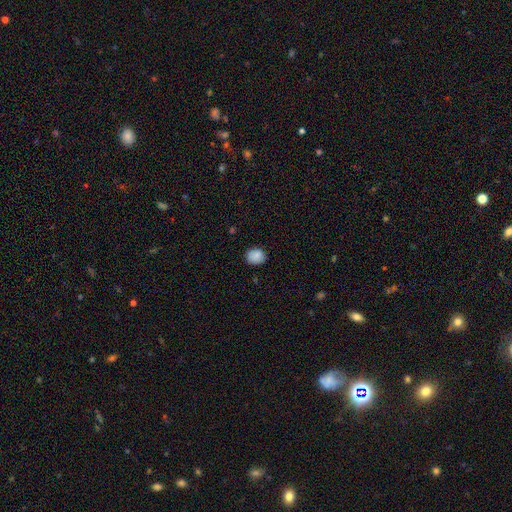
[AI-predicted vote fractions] Smooth or featured: smooth — 87% (star or artifact — 8%)
How rounded: round — 65% (in between — 34%)
Merging: none — 82% (minor disturbance — 14%)